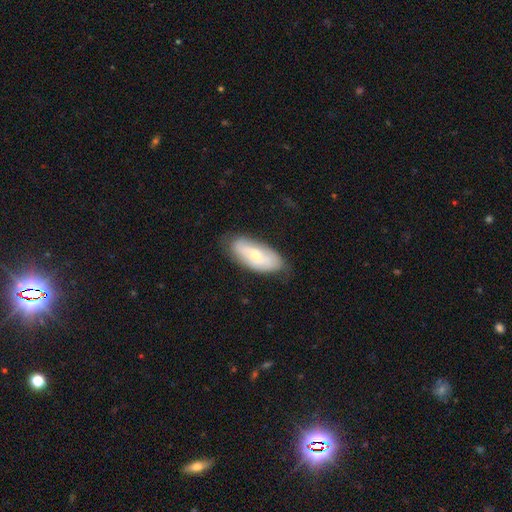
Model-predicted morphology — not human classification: A smooth galaxy with no disk features (55%) that is in between round and cigar-shaped (86%). Merging: none (73%).